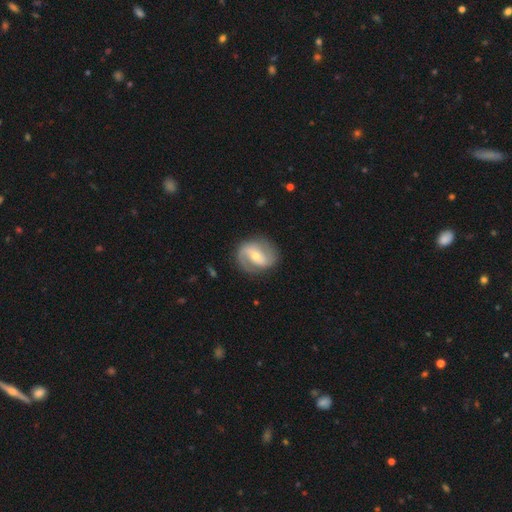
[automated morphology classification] Smooth or featured?
  - featured or disk: 78% *
  - smooth: 17%
  - star or artifact: 5%
Edge-on disk?
  - no: 97% *
  - yes: 3%
Bar?
  - weak: 41% *
  - strong: 34%
  - no: 25%
Spiral arms?
  - yes: 88% *
  - no: 12%
Spiral winding?
  - medium: 46% *
  - tight: 28%
  - loose: 26%
Spiral arm count?
  - 2: 84% *
  - can't tell: 6%
  - 1: 6%
  - 3: 2%
  - 4: 1%
  - more than 4: 1%
Bulge size?
  - moderate: 56% *
  - small: 39%
  - large: 3%
  - none: 1%
  - dominant: 1%
Merging?
  - none: 80% *
  - minor disturbance: 13%
  - major disturbance: 6%
  - merger: 1%